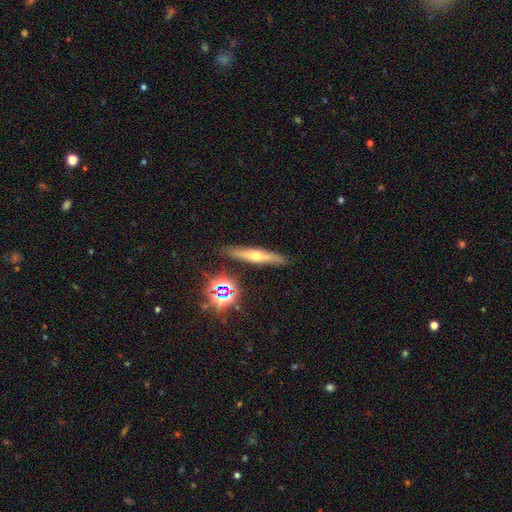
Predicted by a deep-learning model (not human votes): The model was most divided on "smooth or featured": featured or disk: 56%, smooth: 29%, star or artifact: 15%. More confident: edge-on disk — yes (91%); edge-on bulge — rounded (88%); merging — none (88%).